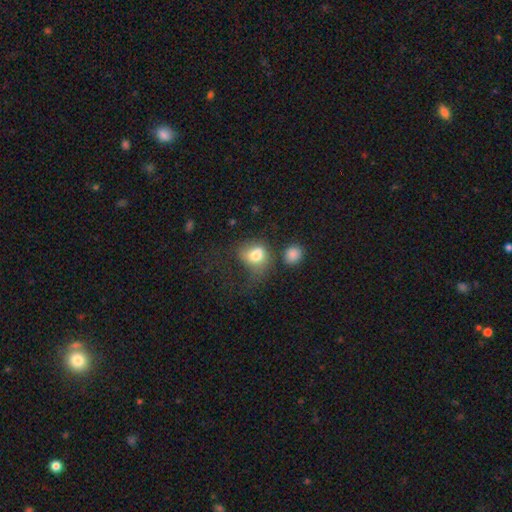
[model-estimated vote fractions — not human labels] This appears to be a smooth galaxy with no disk features (76%) that is in between round and cigar-shaped (50%). Merging: major disturbance (33%).